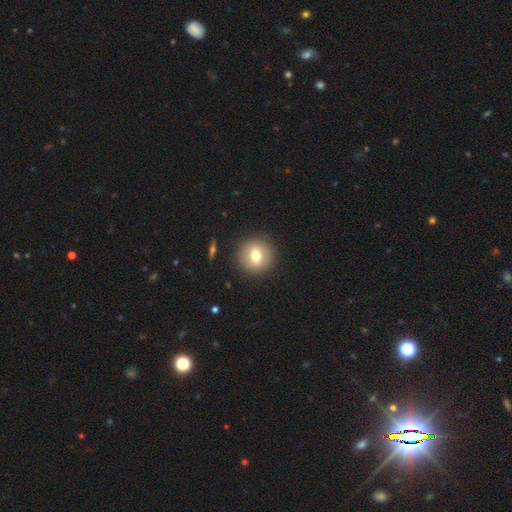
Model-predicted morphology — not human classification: This appears to be a smooth galaxy with no disk features (66%) that is round (89%). Merging: none (90%).